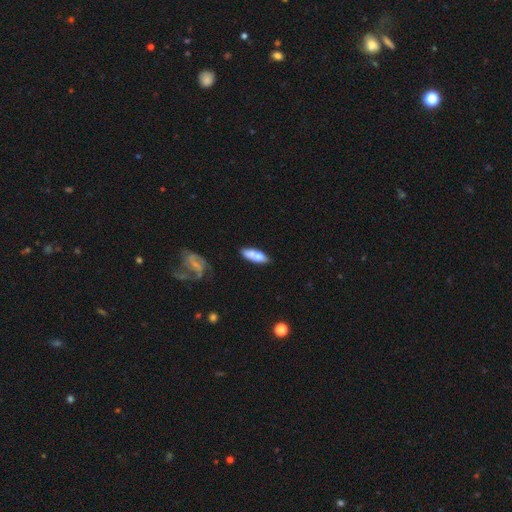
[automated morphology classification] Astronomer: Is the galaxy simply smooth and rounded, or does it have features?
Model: smooth — 65%.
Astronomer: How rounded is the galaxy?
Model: in between — 60% (runner-up: cigar-shaped, 37%).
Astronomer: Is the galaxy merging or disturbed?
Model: none — 47% (runner-up: merger, 27%).